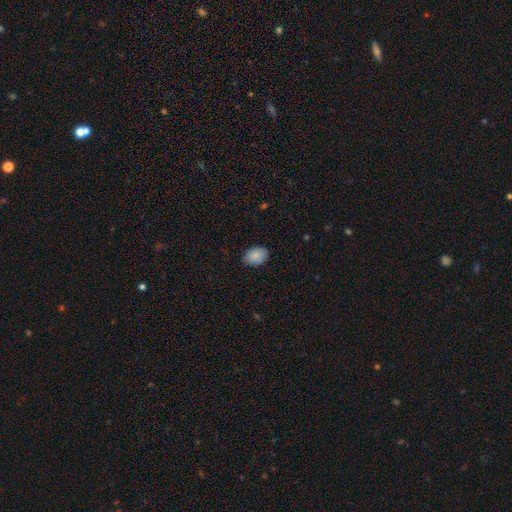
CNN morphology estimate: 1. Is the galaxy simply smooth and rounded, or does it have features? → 89% smooth, 7% star or artifact, 4% featured or disk.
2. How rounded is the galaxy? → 77% in between, 22% round, 1% cigar-shaped.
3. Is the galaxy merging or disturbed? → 85% none, 12% minor disturbance, 2% major disturbance, 1% merger.